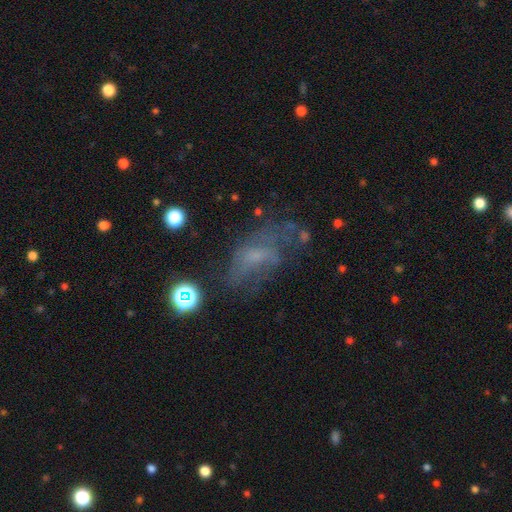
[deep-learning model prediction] A featured or disk galaxy (48%). Merging: none (44%).